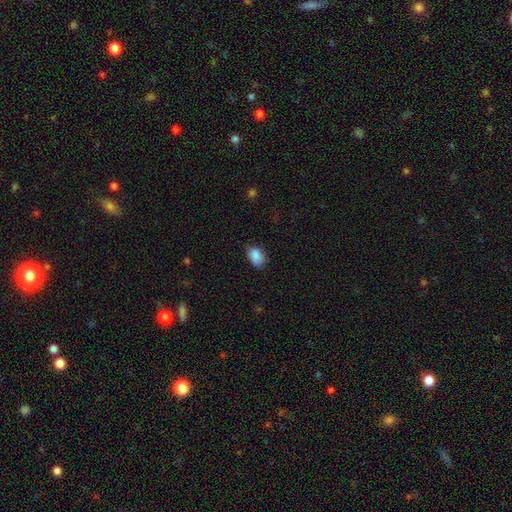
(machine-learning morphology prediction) smooth_or_featured: smooth (p=0.87) [alt: star or artifact p=0.08]
how_rounded: in between (p=0.81) [alt: round p=0.18]
merging: none (p=0.67) [alt: minor disturbance p=0.27]